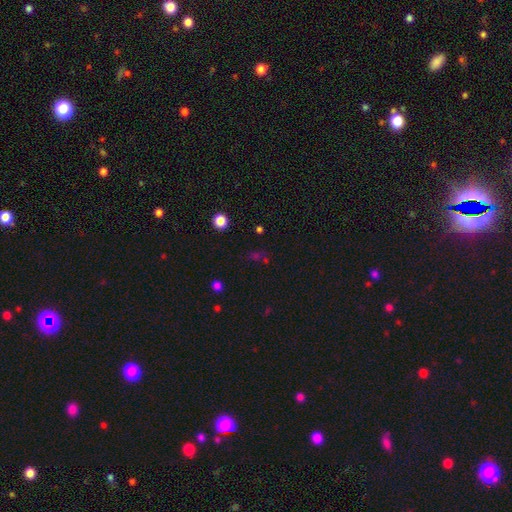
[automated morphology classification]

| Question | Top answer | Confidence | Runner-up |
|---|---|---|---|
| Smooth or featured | star or artifact | 47% | smooth (43%) |